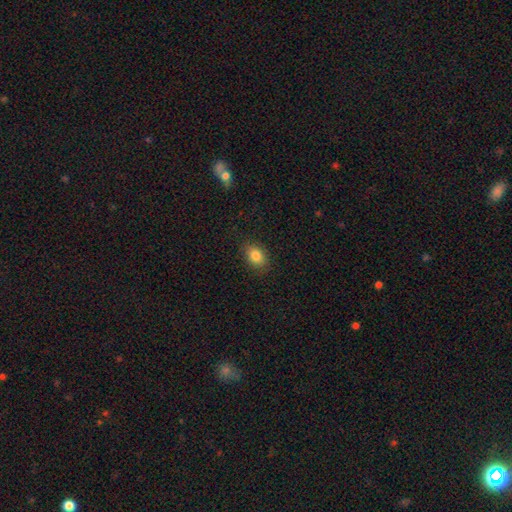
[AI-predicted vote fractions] smooth_or_featured: smooth (p=0.84) [alt: star or artifact p=0.09]
how_rounded: in between (p=0.71) [alt: round p=0.27]
merging: none (p=0.86) [alt: minor disturbance p=0.11]